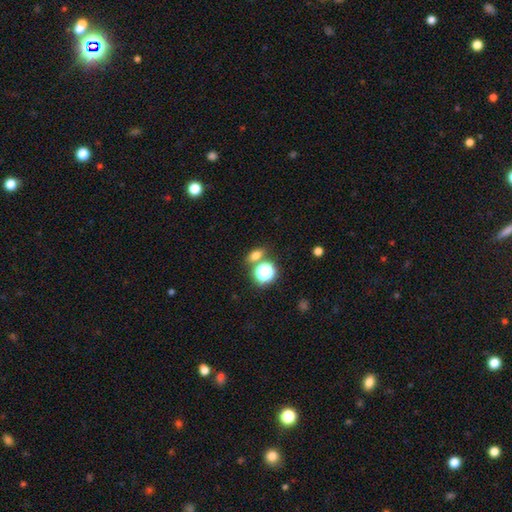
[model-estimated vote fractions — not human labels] This appears to be a smooth galaxy with no disk features (69%) that is in between round and cigar-shaped (60%). Merging: none (72%).